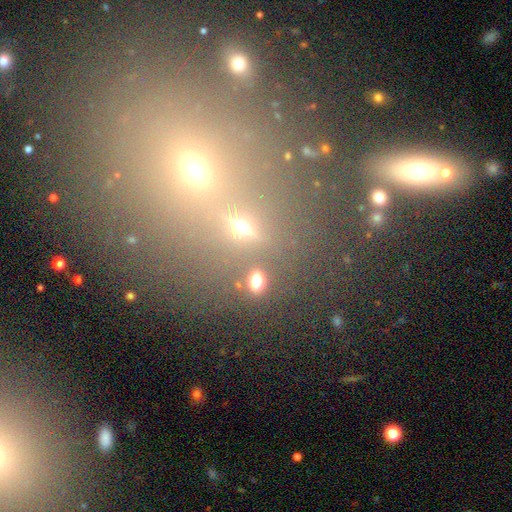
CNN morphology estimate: This is marginally a smooth galaxy (43%). Merging: possibly none (54%).